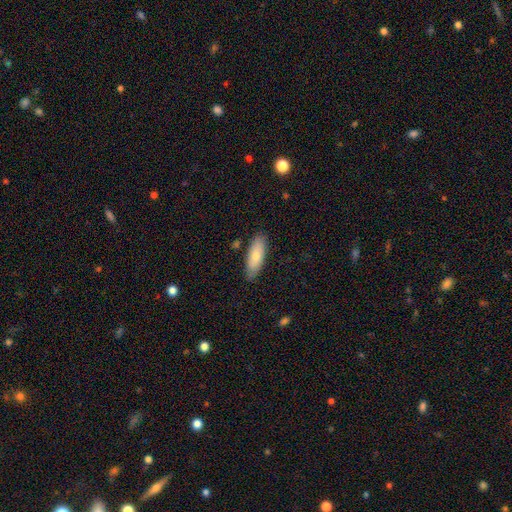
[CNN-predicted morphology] Smooth or featured? Predicted: smooth (p=0.69). How rounded? Predicted: in between (p=0.67). Merging? Predicted: none (p=0.84).